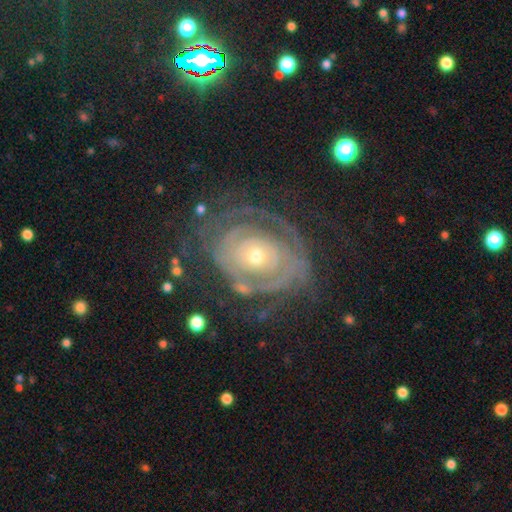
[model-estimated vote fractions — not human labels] Smooth or featured: featured or disk — 81% (smooth — 11%)
Edge-on disk: no — 96% (yes — 4%)
Bar: no — 82% (weak — 12%)
Spiral arms: yes — 77% (no — 23%)
Spiral winding: tight — 77% (medium — 16%)
Spiral arm count: can't tell — 45% (2 — 21%)
Bulge size: small — 59% (moderate — 36%)
Merging: none — 67% (minor disturbance — 17%)